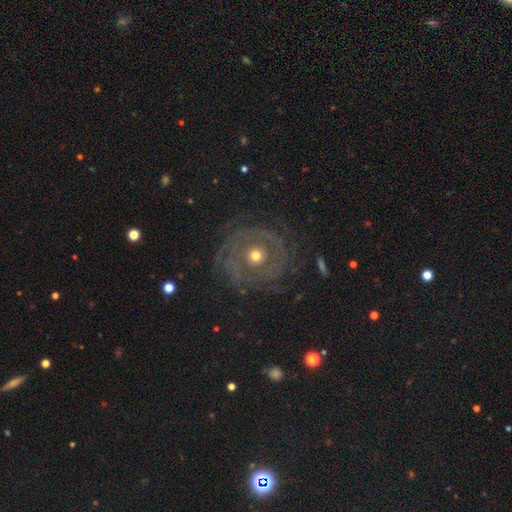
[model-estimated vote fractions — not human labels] Smooth or featured: featured or disk — 74% (smooth — 18%)
Edge-on disk: no — 97% (yes — 3%)
Bar: no — 88% (weak — 9%)
Spiral arms: yes — 72% (no — 28%)
Spiral winding: tight — 70% (medium — 20%)
Spiral arm count: can't tell — 42% (2 — 18%)
Bulge size: moderate — 57% (small — 37%)
Merging: none — 74% (minor disturbance — 14%)